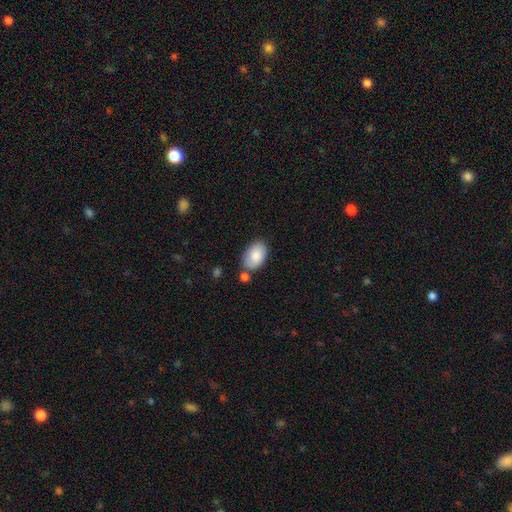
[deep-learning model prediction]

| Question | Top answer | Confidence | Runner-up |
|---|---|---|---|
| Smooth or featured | smooth | 85% | featured or disk (9%) |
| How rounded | in between | 92% | round (7%) |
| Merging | none | 72% | minor disturbance (17%) |